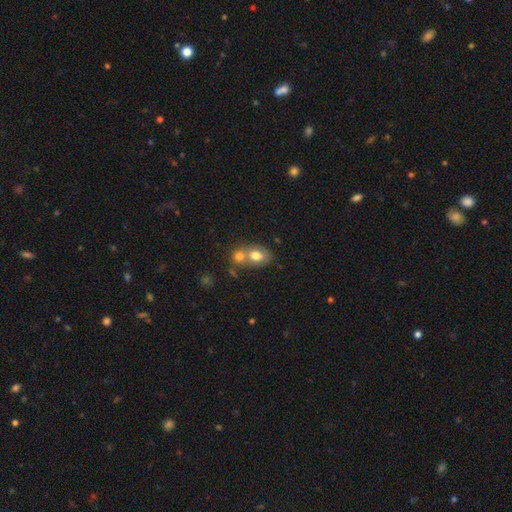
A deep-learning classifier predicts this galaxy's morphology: A smooth galaxy with no disk features (75%) that is in between round and cigar-shaped (62%). Merging: merger (58%).